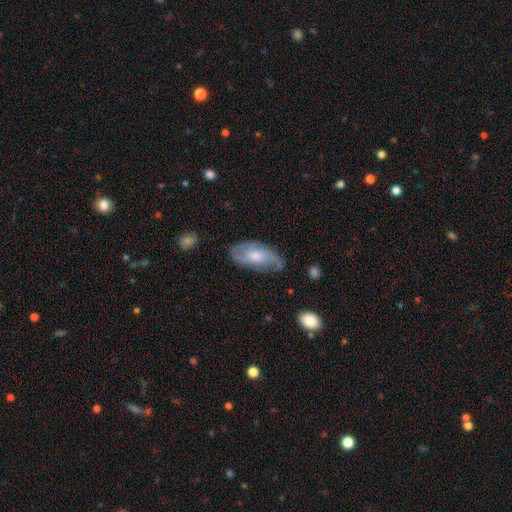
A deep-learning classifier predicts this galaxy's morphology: The model was most divided on "bar": no: 56%, weak: 37%, strong: 6%. More confident: edge-on disk — no (93%); spiral arms — yes (86%); merging — none (65%); smooth or featured — featured or disk (61%); bulge size — moderate (53%).